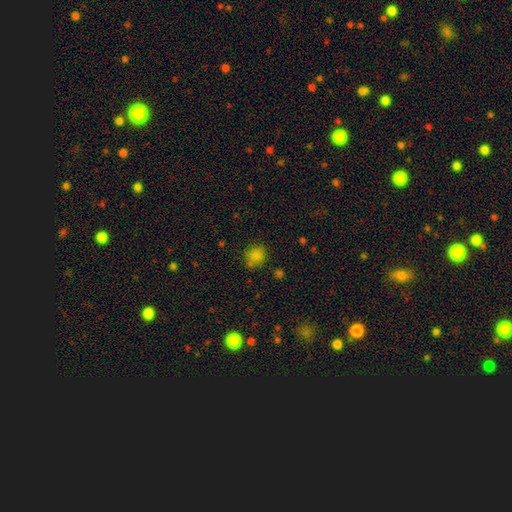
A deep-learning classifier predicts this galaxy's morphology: Smooth or featured: smooth — 81% (star or artifact — 14%)
How rounded: round — 79% (in between — 20%)
Merging: none — 74% (minor disturbance — 15%)